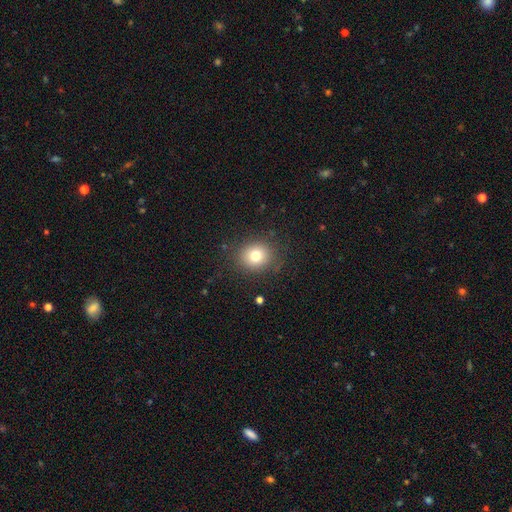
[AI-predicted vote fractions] This appears to be a smooth galaxy with no disk features (77%) that is round (83%). Merging: none (89%).